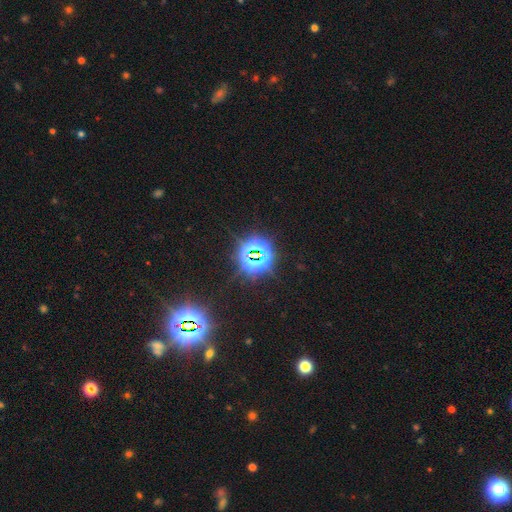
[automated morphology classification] smooth_or_featured: star or artifact (p=0.83) [alt: smooth p=0.10]